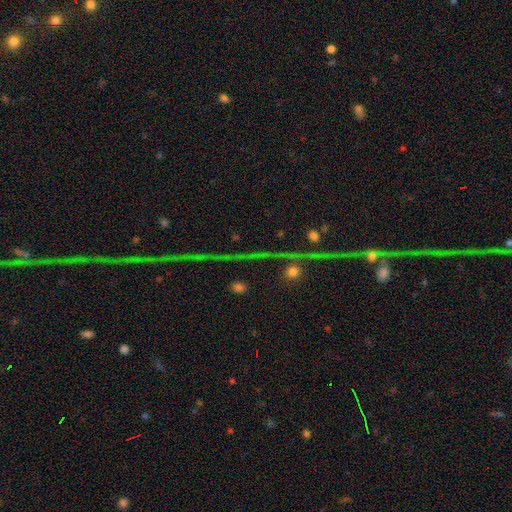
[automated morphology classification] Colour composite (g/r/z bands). It shows a star or artifact, not a galaxy (77%).